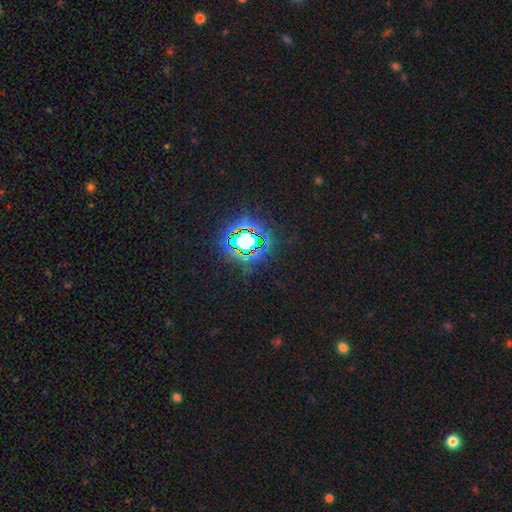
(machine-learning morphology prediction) Smooth or featured? star or artifact (81%)